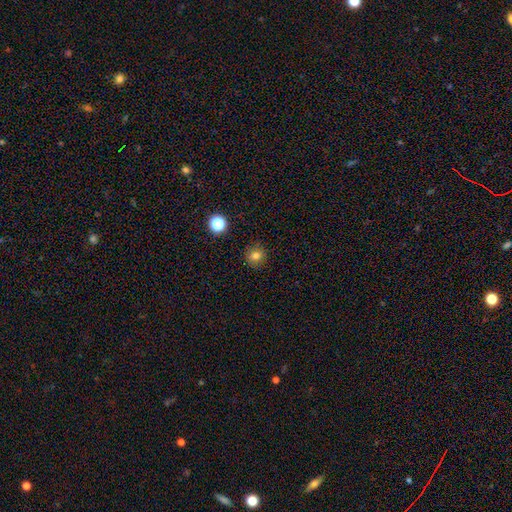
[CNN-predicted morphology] Smooth or featured?
  - smooth: 78% *
  - star or artifact: 15%
  - featured or disk: 7%
How rounded?
  - round: 89% *
  - in between: 10%
  - cigar-shaped: 1%
Merging?
  - none: 89% *
  - minor disturbance: 7%
  - major disturbance: 2%
  - merger: 1%